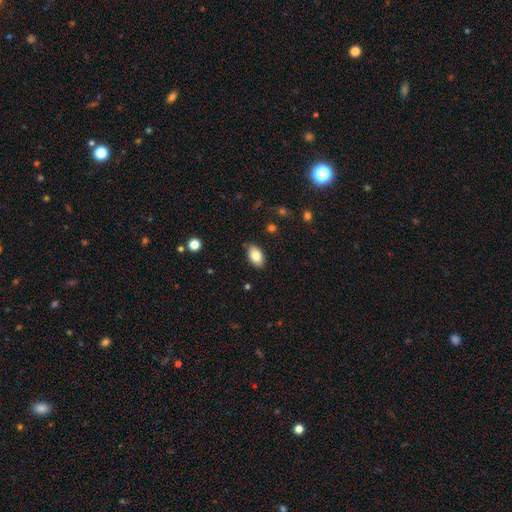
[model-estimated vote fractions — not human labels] Smooth or featured?
  - smooth: 82% *
  - featured or disk: 11%
  - star or artifact: 7%
How rounded?
  - in between: 93% *
  - round: 6%
  - cigar-shaped: 2%
Merging?
  - none: 85% *
  - minor disturbance: 11%
  - major disturbance: 2%
  - merger: 1%